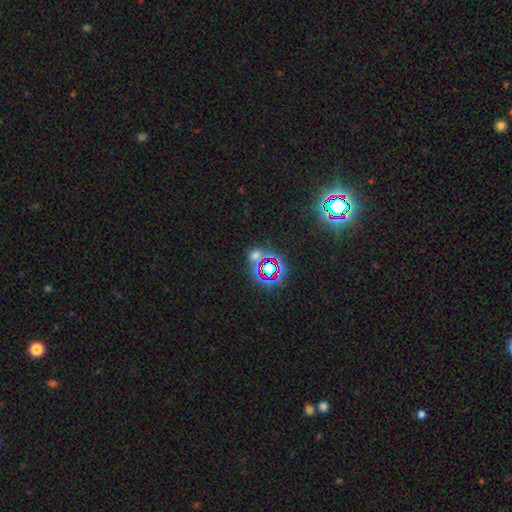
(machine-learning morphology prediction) type=star or artifact (54%).